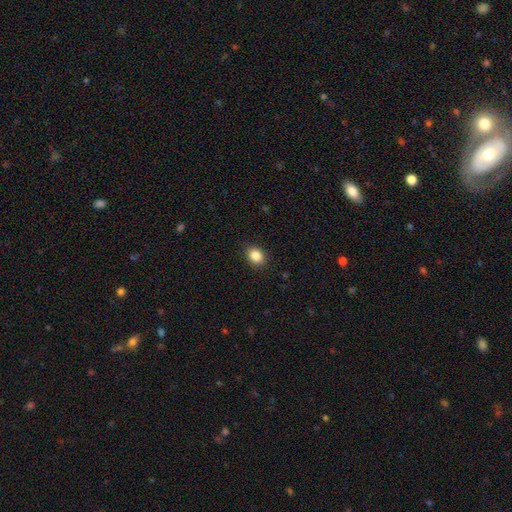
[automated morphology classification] A smooth galaxy with no disk features (86%) that is in between round and cigar-shaped (57%).

Vote fractions:
- Smooth or featured? smooth: 86% / star or artifact: 9% / featured or disk: 5%
- How rounded? in between: 57% / round: 42% / cigar-shaped: 1%
- Merging? none: 89% / minor disturbance: 8% / major disturbance: 2% / merger: 1%